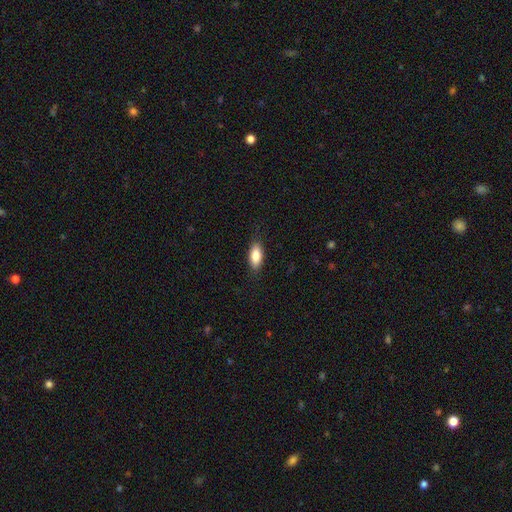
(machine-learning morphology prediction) This appears to be a smooth galaxy with no disk features (84%) that is in between round and cigar-shaped (84%). Merging: none (86%).